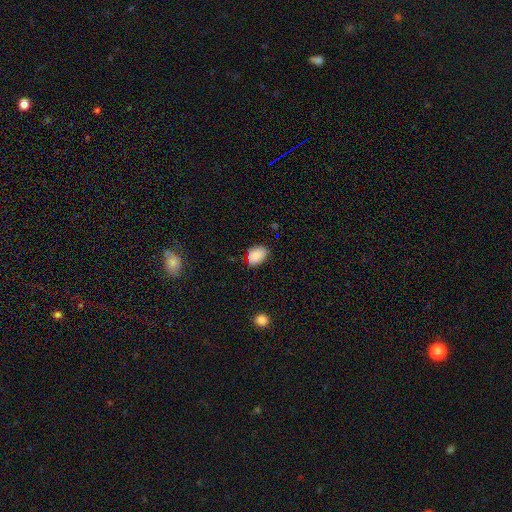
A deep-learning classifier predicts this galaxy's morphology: This appears to be a smooth galaxy with no disk features (86%) that is in between round and cigar-shaped (82%). Merging: none (70%).